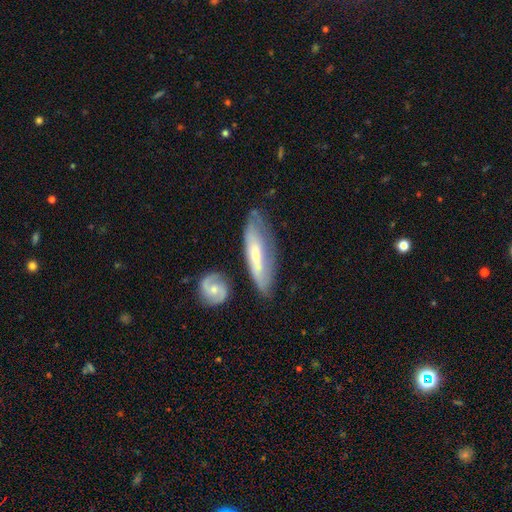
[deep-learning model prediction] A featured or disk galaxy (55%).

Vote fractions:
- Smooth or featured? featured or disk: 55% / smooth: 39% / star or artifact: 6%
- Edge-on disk? no: 62% / yes: 38%
- Merging? none: 57% / minor disturbance: 26% / major disturbance: 9% / merger: 8%